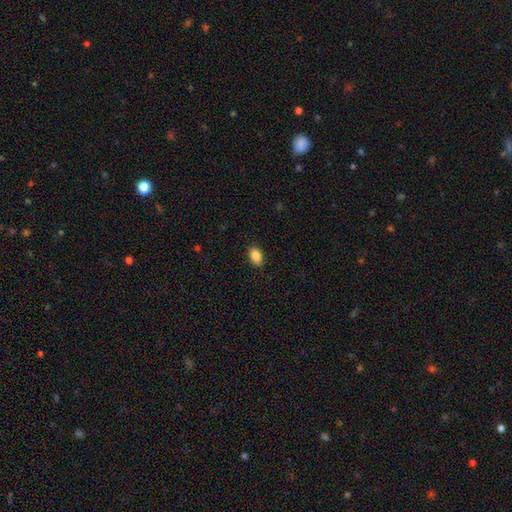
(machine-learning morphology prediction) smooth 88%, star or artifact 8%, featured or disk 4%. Down the decision tree: how rounded — in between (90%); merging — none (88%).